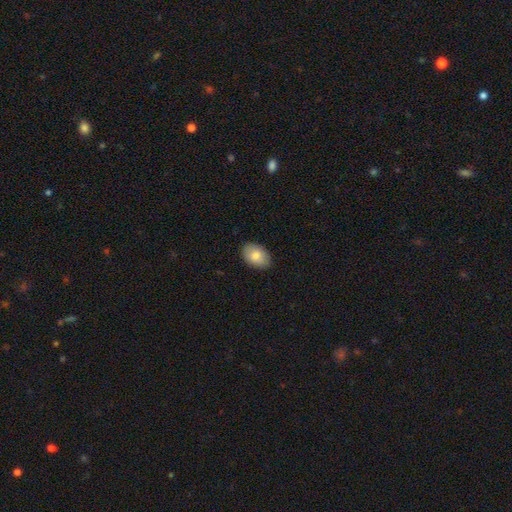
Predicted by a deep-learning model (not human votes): This is clearly a smooth galaxy (82%). How rounded: clearly in between (88%). Merging: clearly none (87%).